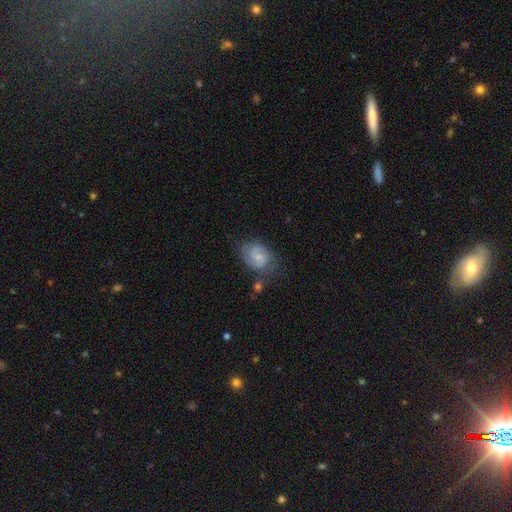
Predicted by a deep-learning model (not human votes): Overall: featured or disk (54%; smooth 36%). Edge-on disk: no (97%). Bar: weak (48%; no 42%). Spiral arms: yes (85%). Bulge size: small (56%; moderate 27%). Merging: none (62%; minor disturbance 23%).